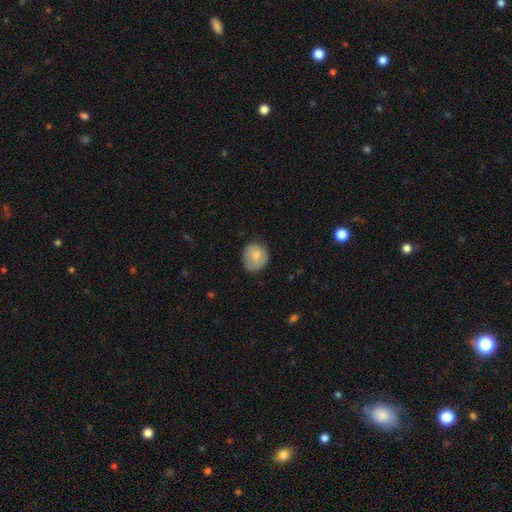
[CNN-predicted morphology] Smooth or featured?
  - smooth: 79% *
  - featured or disk: 14%
  - star or artifact: 7%
How rounded?
  - round: 77% *
  - in between: 22%
  - cigar-shaped: 1%
Merging?
  - none: 72% *
  - minor disturbance: 22%
  - major disturbance: 5%
  - merger: 1%